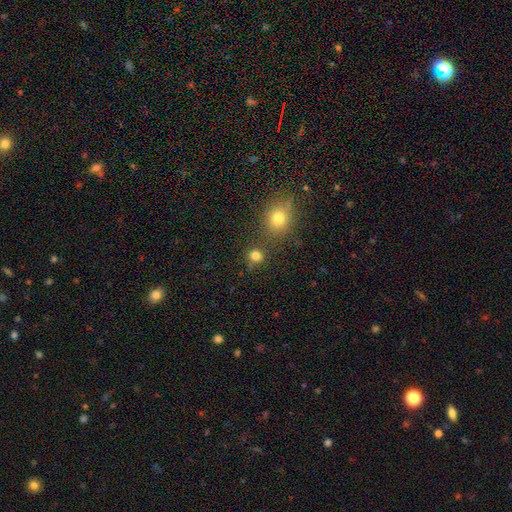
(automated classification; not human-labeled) This is likely a smooth galaxy (79%). How rounded: clearly round (87%). Merging: likely none (75%).